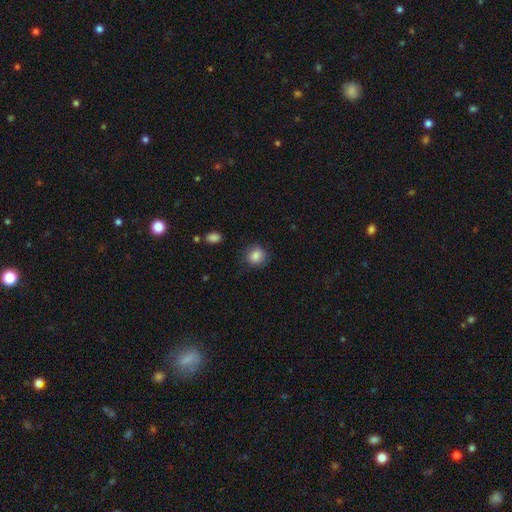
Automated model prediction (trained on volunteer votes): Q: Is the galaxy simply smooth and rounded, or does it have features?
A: smooth — 85%.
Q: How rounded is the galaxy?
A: round — 78%.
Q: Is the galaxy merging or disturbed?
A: none — 77%.